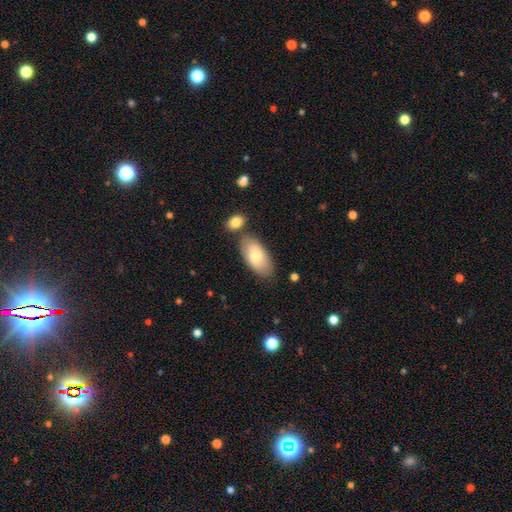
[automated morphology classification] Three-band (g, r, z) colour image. It shows a smooth galaxy with no disk features (74%) that is in between round and cigar-shaped (94%). Merging: none (73%).